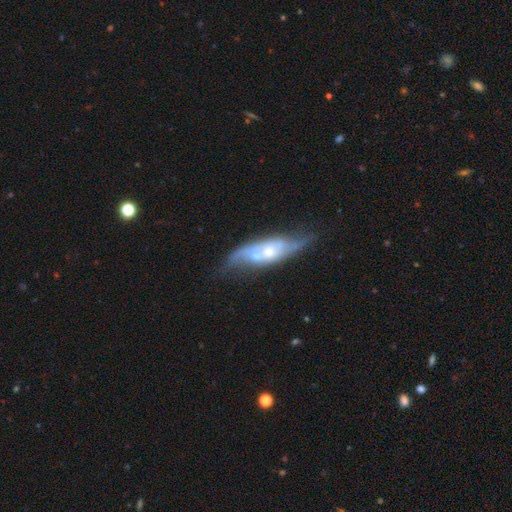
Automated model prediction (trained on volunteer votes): featured or disk 68%, smooth 25%, star or artifact 6%. Down the decision tree: edge-on disk — no (77%); bar — no (75%); spiral arms — yes (62%); bulge size — moderate (56%); merging — none (38%).